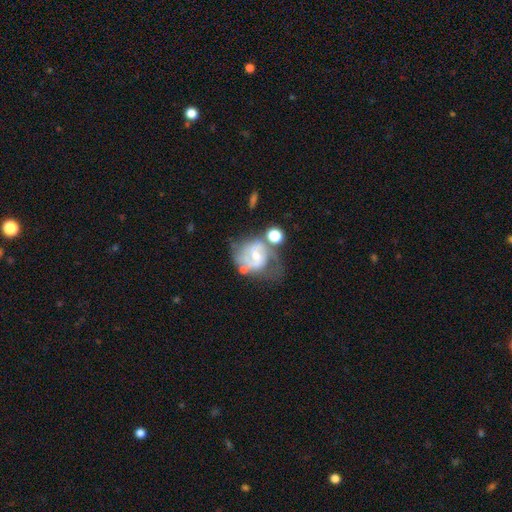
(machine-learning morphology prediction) This is likely a featured or disk galaxy (76%). It is clearly not viewed edge-on (97%). Bar: possibly weak (46%). Spiral arm pattern: clearly yes (87%). Spiral arm count: likely 2 (67%). Spiral winding: possibly medium (47%). Central bulge: possibly small (49%). Merging: marginally none (38%).